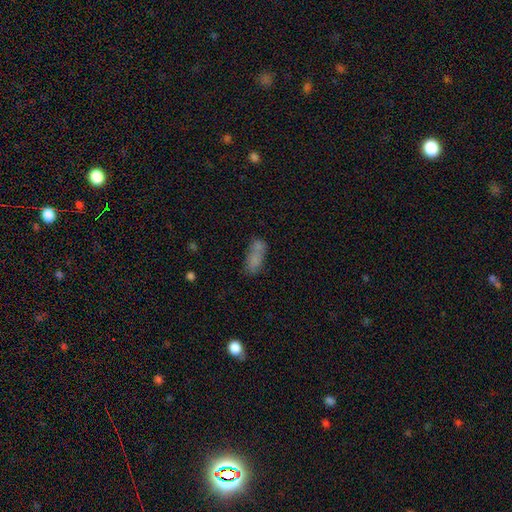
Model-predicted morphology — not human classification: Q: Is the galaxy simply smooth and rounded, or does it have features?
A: smooth — 71%.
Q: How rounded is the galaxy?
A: in between — 74%.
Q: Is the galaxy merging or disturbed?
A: none — 43%.